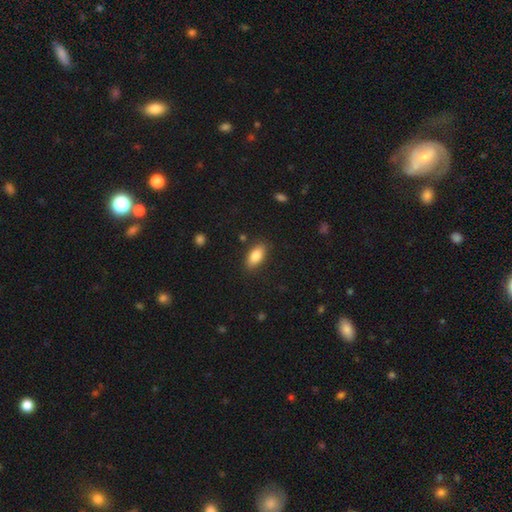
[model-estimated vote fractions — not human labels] smooth 83%, featured or disk 10%, star or artifact 7%. Down the decision tree: how rounded — in between (89%); merging — none (86%).